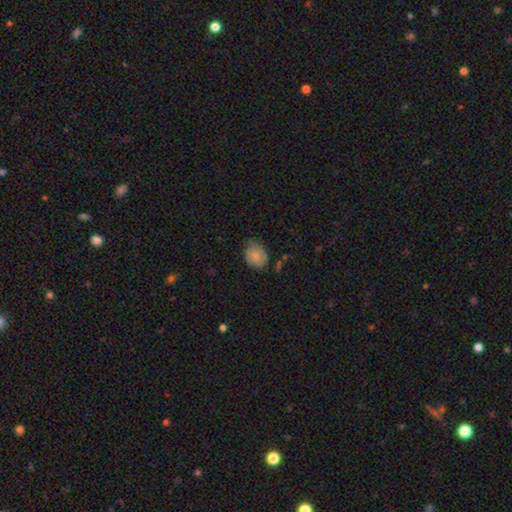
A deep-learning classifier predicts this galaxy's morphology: Smooth or featured: smooth — 76% (featured or disk — 16%)
How rounded: in between — 55% (round — 44%)
Merging: none — 60% (minor disturbance — 31%)